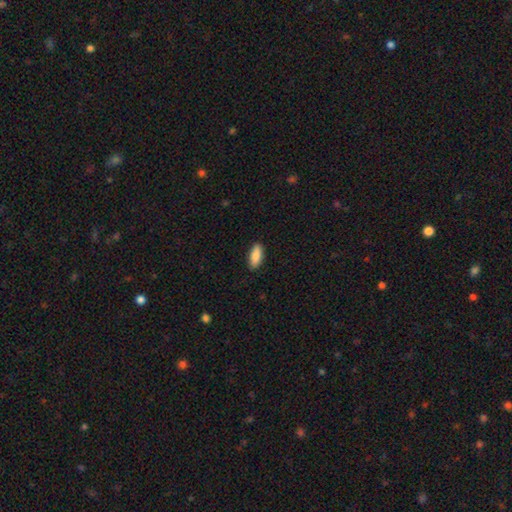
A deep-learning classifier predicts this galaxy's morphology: type=smooth (87%); roundness=in between (81%); merging=none (89%).